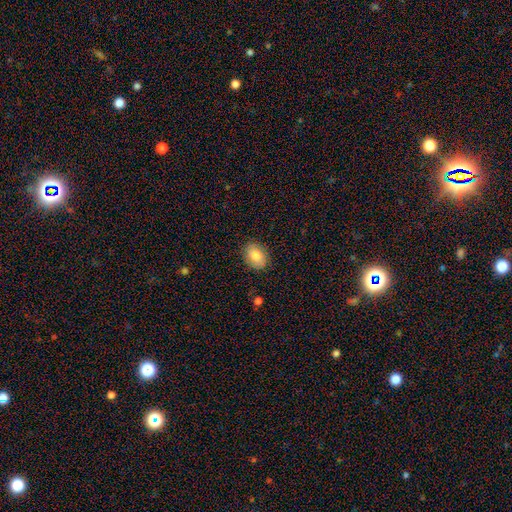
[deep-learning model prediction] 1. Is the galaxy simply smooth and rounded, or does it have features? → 83% smooth, 10% featured or disk, 7% star or artifact.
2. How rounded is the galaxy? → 74% in between, 25% round, 1% cigar-shaped.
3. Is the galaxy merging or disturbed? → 87% none, 10% minor disturbance, 2% major disturbance, 1% merger.